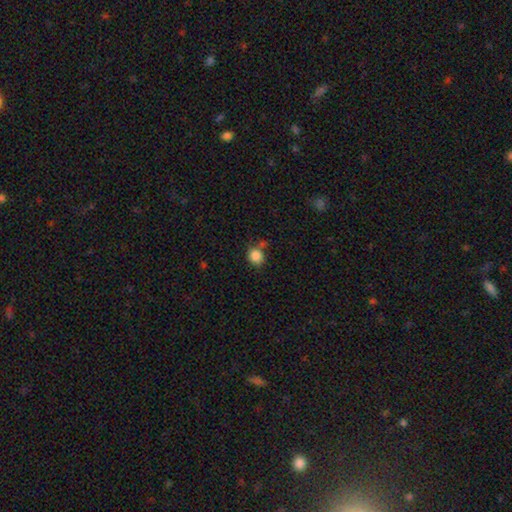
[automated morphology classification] Overall: smooth (86%). How rounded: round (82%). Merging: none (68%).